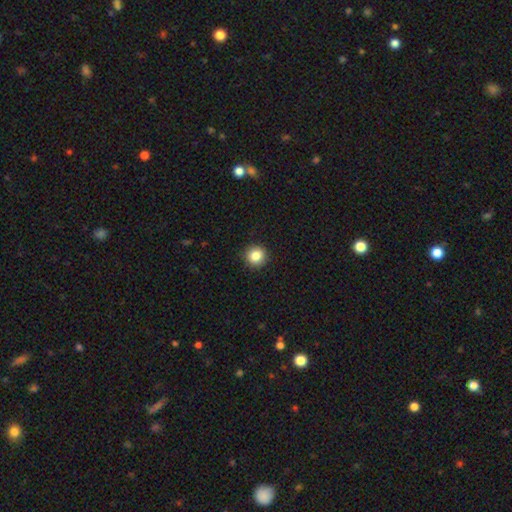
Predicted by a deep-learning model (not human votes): Smooth or featured? Predicted: smooth (p=0.85). How rounded? Predicted: round (p=0.92). Merging? Predicted: none (p=0.92).